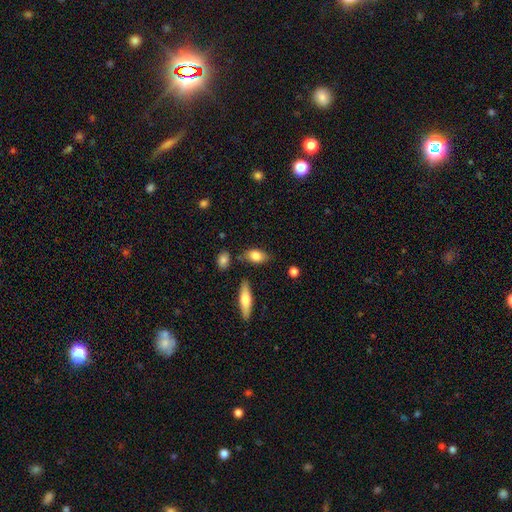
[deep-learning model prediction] A smooth galaxy with no disk features (78%) that is in between round and cigar-shaped (84%).

Vote fractions:
- Smooth or featured? smooth: 78% / featured or disk: 15% / star or artifact: 7%
- How rounded? in between: 84% / round: 9% / cigar-shaped: 6%
- Merging? none: 75% / minor disturbance: 15% / merger: 6% / major disturbance: 4%